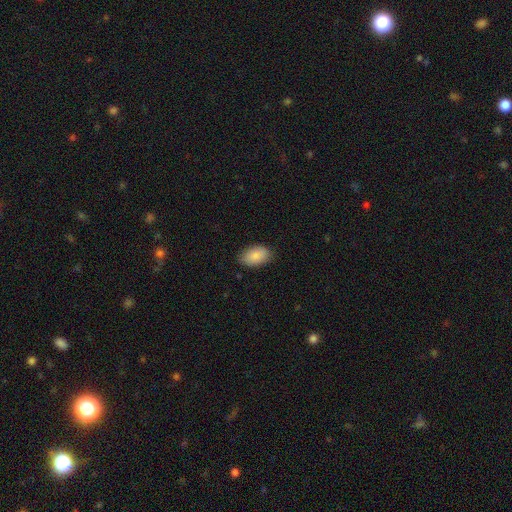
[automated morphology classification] Smooth or featured?
  - smooth: 87% *
  - star or artifact: 7%
  - featured or disk: 6%
How rounded?
  - in between: 92% *
  - round: 7%
  - cigar-shaped: 1%
Merging?
  - none: 83% *
  - minor disturbance: 13%
  - major disturbance: 3%
  - merger: 1%